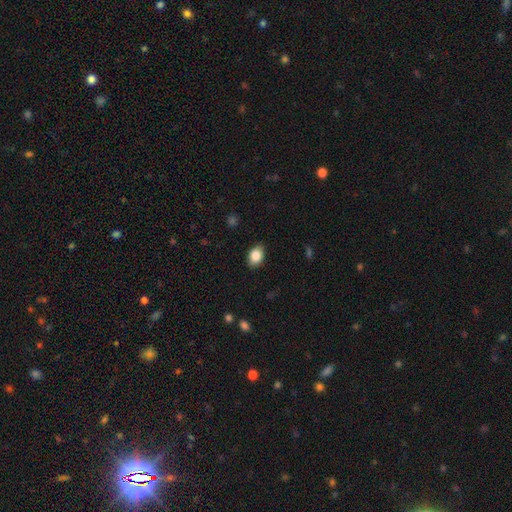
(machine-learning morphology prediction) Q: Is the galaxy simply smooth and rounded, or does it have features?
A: smooth — 85%.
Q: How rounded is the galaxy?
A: in between — 82%.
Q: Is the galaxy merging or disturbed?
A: none — 87%.